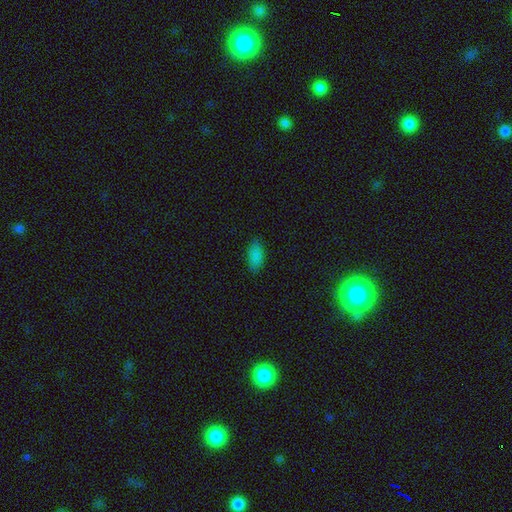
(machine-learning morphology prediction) smooth-or-featured: smooth: 85% | star or artifact: 10% | featured or disk: 5%
  how-rounded: in between: 92% | cigar-shaped: 6% | round: 2%
  merging: none: 84% | minor disturbance: 12% | major disturbance: 2% | merger: 1%